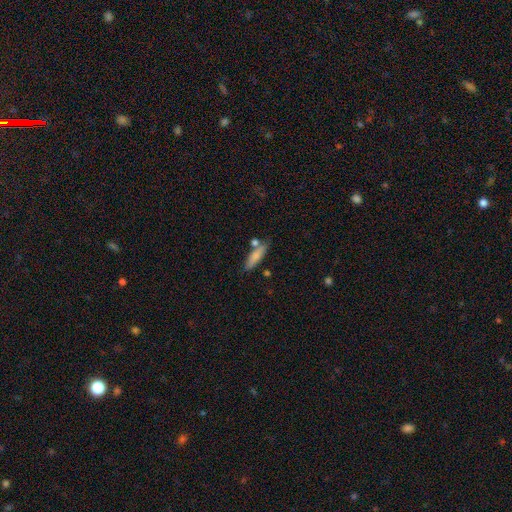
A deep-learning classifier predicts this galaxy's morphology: smooth_or_featured: smooth (p=0.78) [alt: featured or disk p=0.15]
how_rounded: cigar-shaped (p=0.62) [alt: in between p=0.35]
merging: none (p=0.68) [alt: minor disturbance p=0.15]